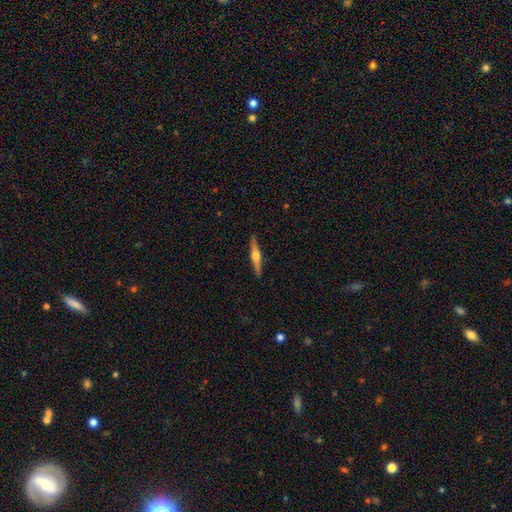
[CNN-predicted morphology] Smooth or featured: featured or disk — 67% (smooth — 27%)
Edge-on disk: yes — 98% (no — 2%)
Edge-on bulge: rounded — 90% (boxy — 6%)
Merging: none — 91% (minor disturbance — 6%)